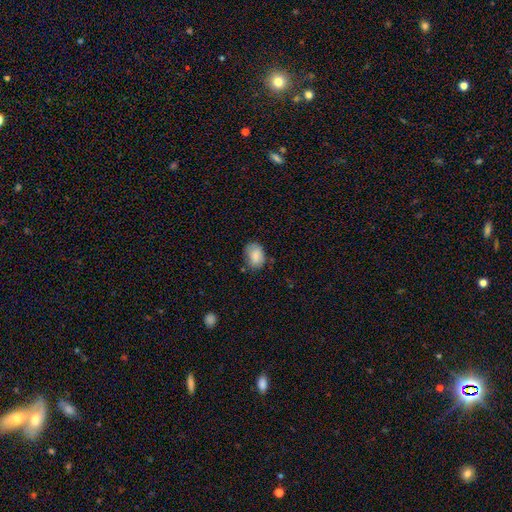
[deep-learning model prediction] This is clearly a smooth galaxy (85%). How rounded: likely in between (77%). Merging: likely none (65%).